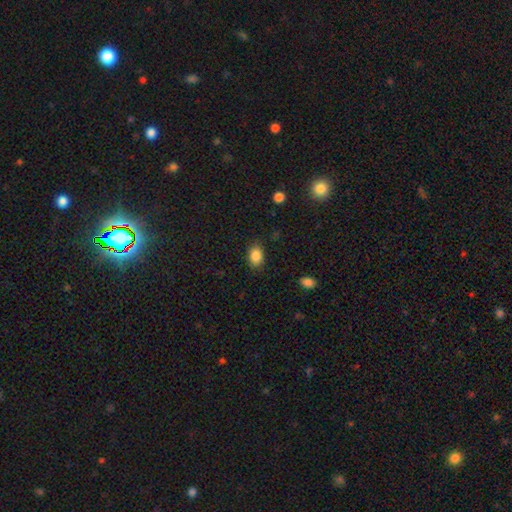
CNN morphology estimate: Q: Smooth or featured?
A: smooth (86%); runner-up: star or artifact (9%)
Q: How rounded?
A: in between (80%); runner-up: round (19%)
Q: Merging?
A: none (81%); runner-up: minor disturbance (14%)